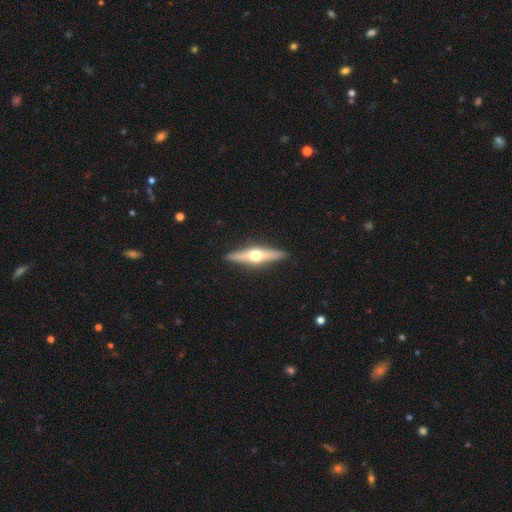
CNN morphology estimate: Smooth or featured?
  - featured or disk: 71% *
  - smooth: 24%
  - star or artifact: 5%
Edge-on disk?
  - yes: 96% *
  - no: 4%
Edge-on bulge?
  - rounded: 96% *
  - boxy: 2%
  - none: 2%
Merging?
  - none: 91% *
  - minor disturbance: 6%
  - major disturbance: 2%
  - merger: 1%